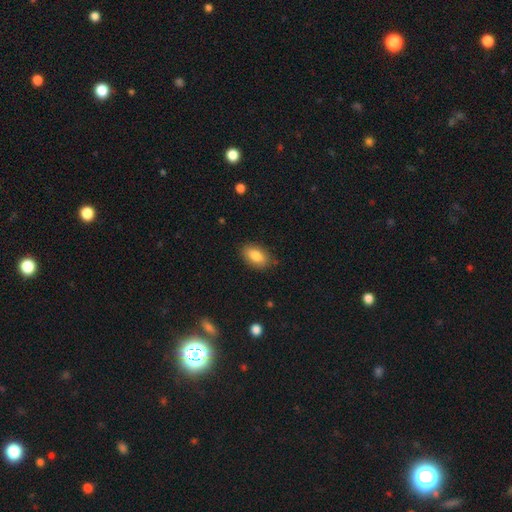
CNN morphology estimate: A smooth galaxy with no disk features (84%) that is in between round and cigar-shaped (91%).

Vote fractions:
- Smooth or featured? smooth: 84% / featured or disk: 9% / star or artifact: 7%
- How rounded? in between: 91% / round: 5% / cigar-shaped: 4%
- Merging? none: 84% / minor disturbance: 12% / major disturbance: 3% / merger: 1%